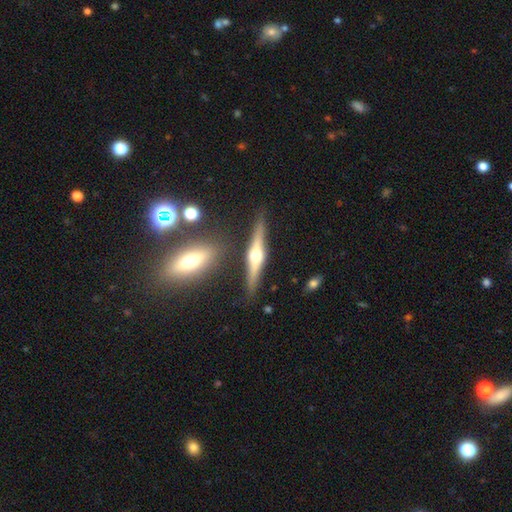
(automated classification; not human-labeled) Overall: featured or disk (73%). Edge-on disk: yes (97%). Edge-on bulge: rounded (93%). Merging: none (85%).